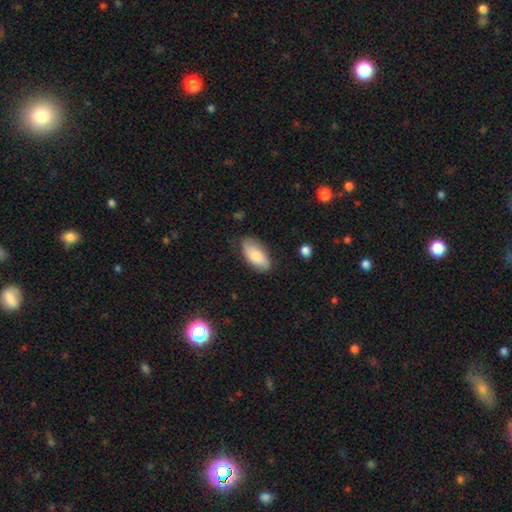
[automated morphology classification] Smooth or featured: smooth — 77% (featured or disk — 17%)
How rounded: in between — 93% (cigar-shaped — 5%)
Merging: none — 77% (minor disturbance — 18%)